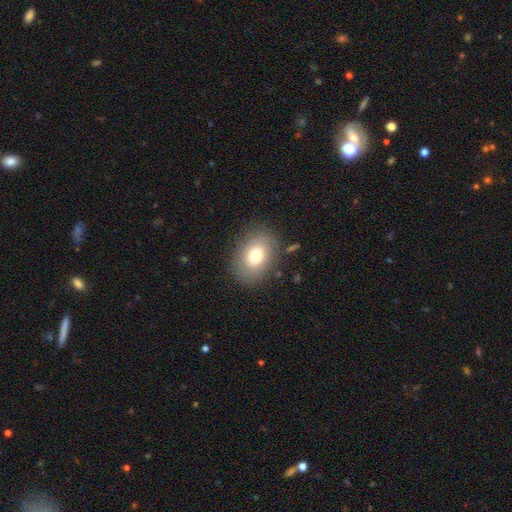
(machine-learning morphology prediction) A smooth galaxy with no disk features (71%) that is in between round and cigar-shaped (74%). Merging: none (82%).